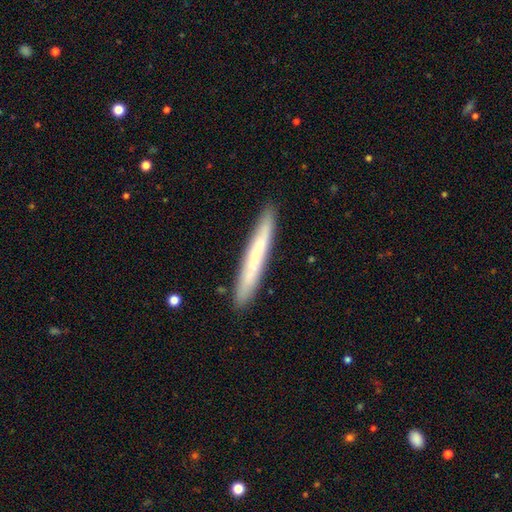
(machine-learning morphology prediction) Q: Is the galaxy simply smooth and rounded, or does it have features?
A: smooth — 61%.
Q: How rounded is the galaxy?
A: cigar-shaped — 96%.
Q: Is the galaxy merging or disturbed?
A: none — 90%.